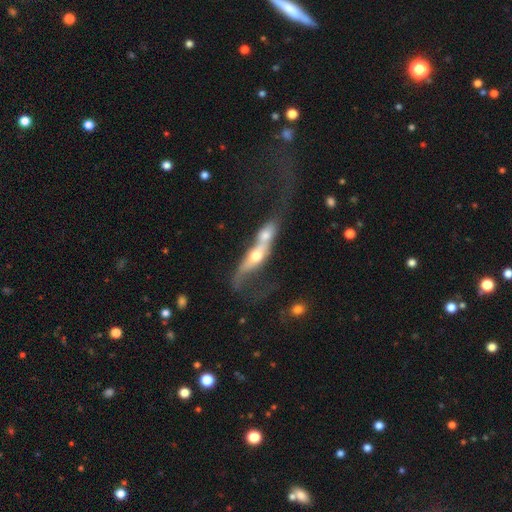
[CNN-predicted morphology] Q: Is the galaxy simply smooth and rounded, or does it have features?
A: featured or disk — 55%.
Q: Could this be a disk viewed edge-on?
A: no — 62%.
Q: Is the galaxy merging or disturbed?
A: merger — 77%.